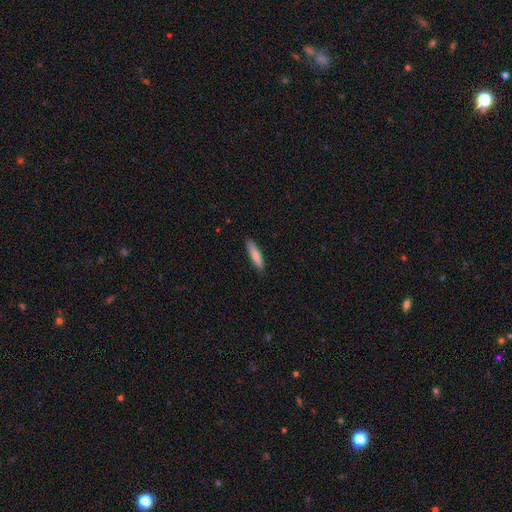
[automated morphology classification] type=smooth (81%); roundness=cigar-shaped (81%); merging=none (89%).